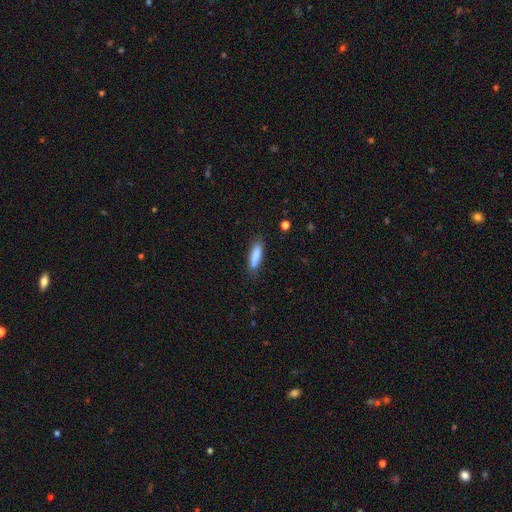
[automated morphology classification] smooth 87%, featured or disk 7%, star or artifact 7%. Down the decision tree: how rounded — cigar-shaped (59%); merging — none (83%).